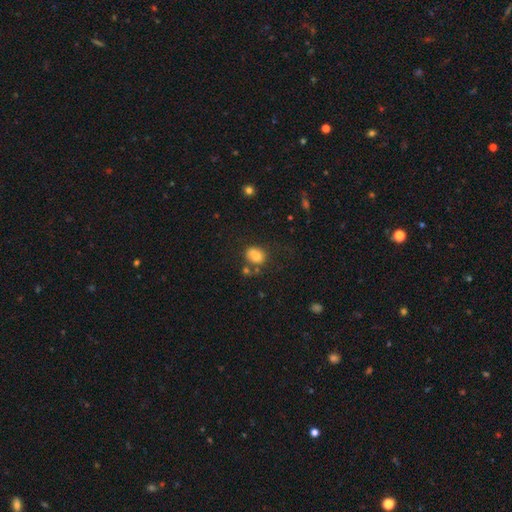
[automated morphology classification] Smooth or featured? Predicted: smooth (p=0.74). How rounded? Predicted: round (p=0.58). Merging? Predicted: none (p=0.57).